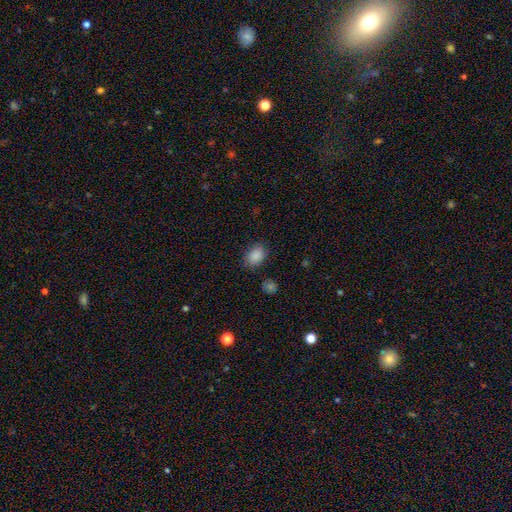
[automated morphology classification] Smooth or featured?
  - smooth: 87% *
  - star or artifact: 9%
  - featured or disk: 4%
How rounded?
  - in between: 74% *
  - round: 25%
  - cigar-shaped: 1%
Merging?
  - none: 80% *
  - minor disturbance: 15%
  - major disturbance: 4%
  - merger: 2%